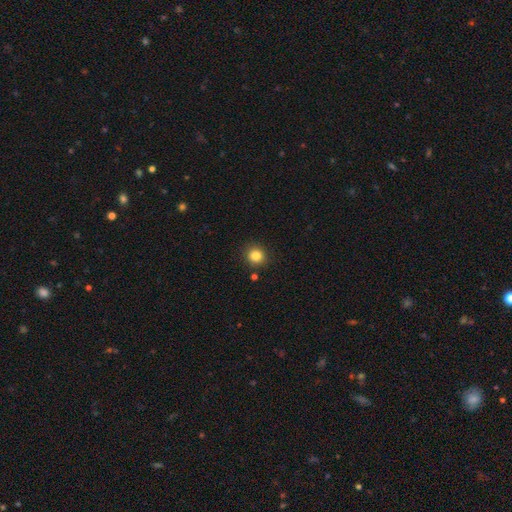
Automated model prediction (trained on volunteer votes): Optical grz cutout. It shows a smooth galaxy with no disk features (84%) that is round (91%). Merging: none (88%).